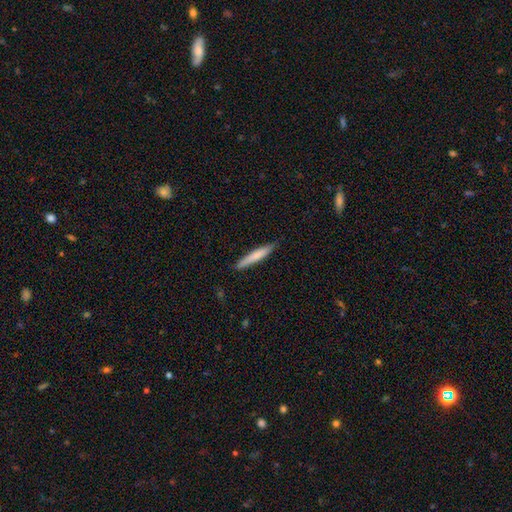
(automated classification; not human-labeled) Morphology: type=smooth (72%); roundness=cigar-shaped (94%); merging=none (87%).